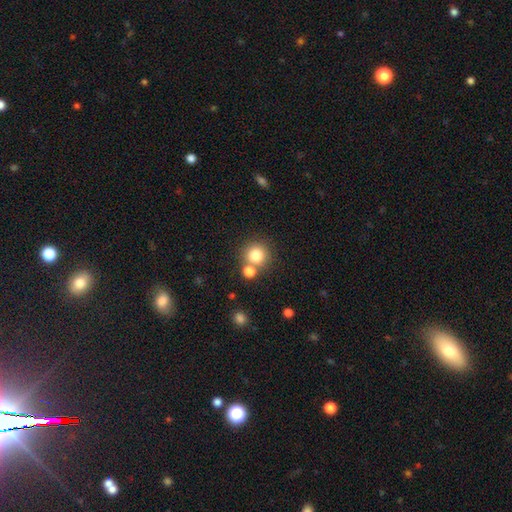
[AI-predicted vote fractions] The model was most divided on "merging": none: 68%, merger: 21%, minor disturbance: 7%, major disturbance: 3%. More confident: how rounded — round (92%); smooth or featured — smooth (80%).